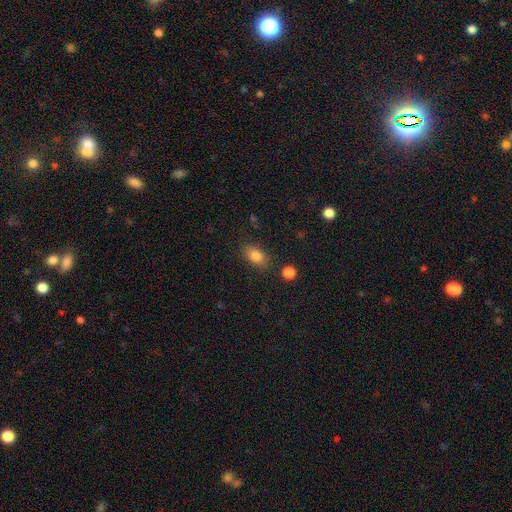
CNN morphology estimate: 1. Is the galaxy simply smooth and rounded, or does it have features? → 83% smooth, 9% star or artifact, 7% featured or disk.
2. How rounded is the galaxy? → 83% in between, 14% round, 3% cigar-shaped.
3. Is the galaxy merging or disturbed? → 83% none, 11% minor disturbance, 3% major disturbance, 2% merger.